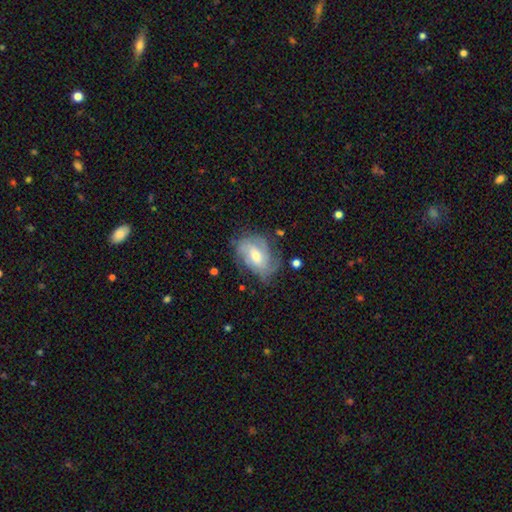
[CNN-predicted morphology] A featured or disk galaxy (71%) with no bar (47%), tight (49%) spiral arms (88%) and a moderate central bulge (58%). Merging: none (63%).